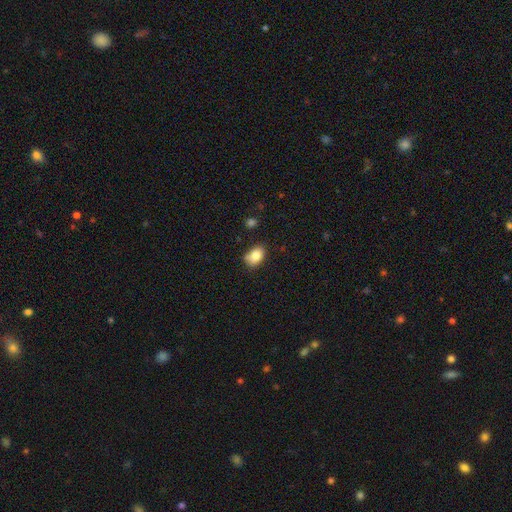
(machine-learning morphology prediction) smooth 84%, star or artifact 9%, featured or disk 8%. Down the decision tree: how rounded — in between (81%); merging — none (70%).